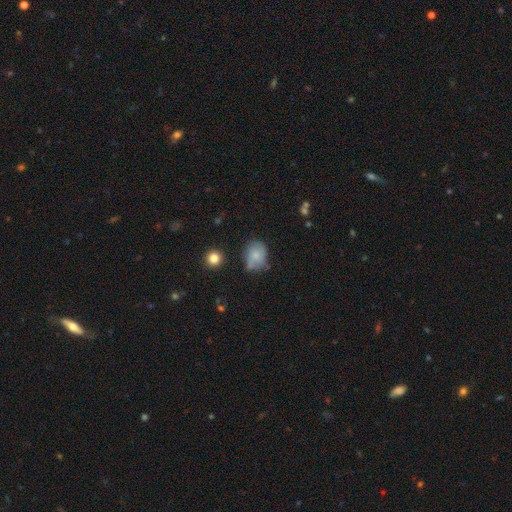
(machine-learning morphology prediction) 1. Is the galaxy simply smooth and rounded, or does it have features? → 73% smooth, 17% featured or disk, 9% star or artifact.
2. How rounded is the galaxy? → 58% in between, 41% round, 1% cigar-shaped.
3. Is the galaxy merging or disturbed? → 54% none, 31% minor disturbance, 9% major disturbance, 6% merger.